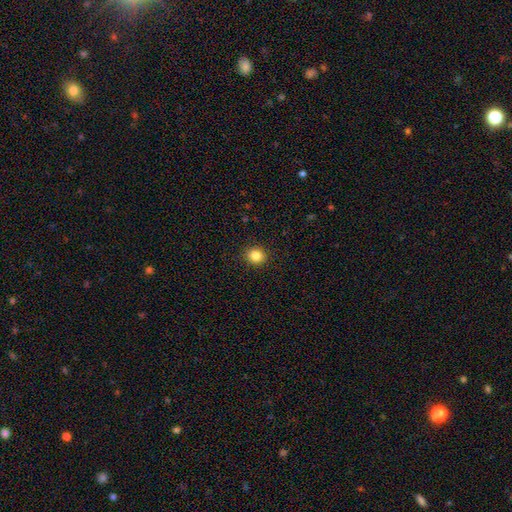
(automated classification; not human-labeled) Smooth or featured? Predicted: smooth (p=0.84). How rounded? Predicted: round (p=0.83). Merging? Predicted: none (p=0.91).